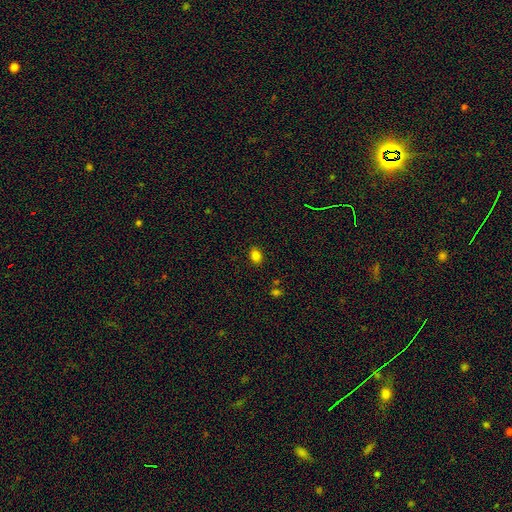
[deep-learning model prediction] Morphology: type=smooth (82%); roundness=in between (72%); merging=none (87%).